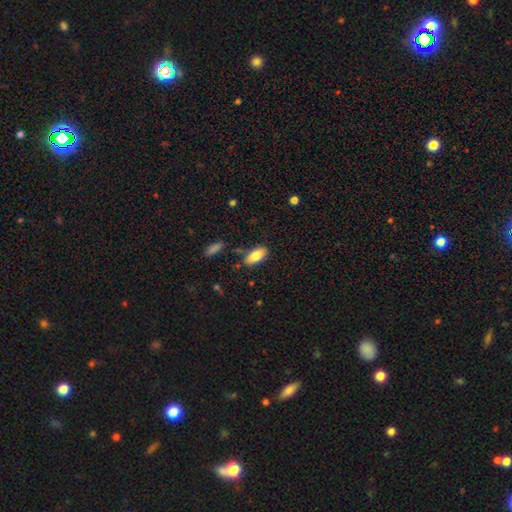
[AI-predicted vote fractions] The model was most divided on "smooth or featured": smooth: 79%, featured or disk: 14%, star or artifact: 7%. More confident: how rounded — in between (89%); merging — none (81%).